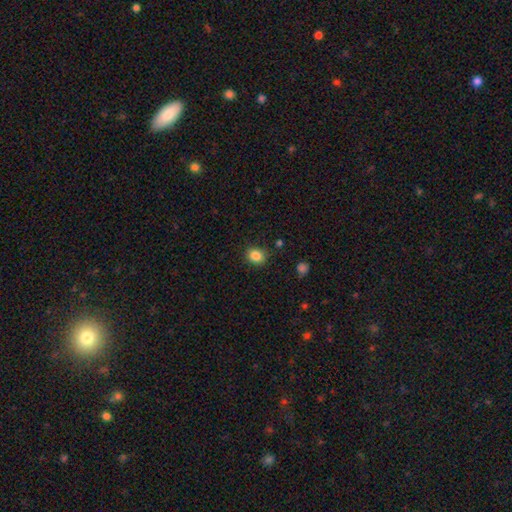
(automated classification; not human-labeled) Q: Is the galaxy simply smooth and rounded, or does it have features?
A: smooth — 85%.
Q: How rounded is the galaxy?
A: round — 65%.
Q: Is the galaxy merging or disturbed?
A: none — 87%.